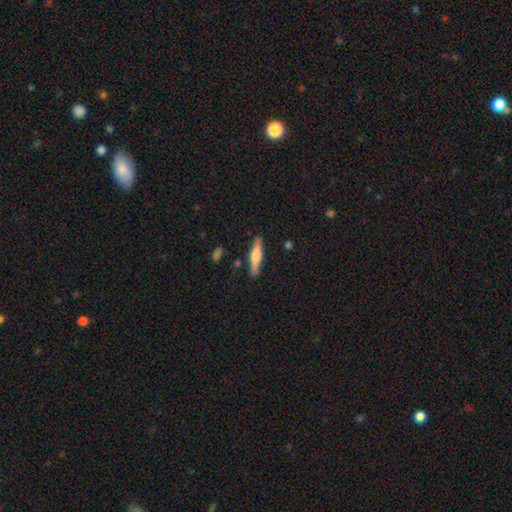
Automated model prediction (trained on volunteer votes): featured or disk 47% (tied), smooth 47% (tied), star or artifact 6%. Down the decision tree: merging — none (86%).